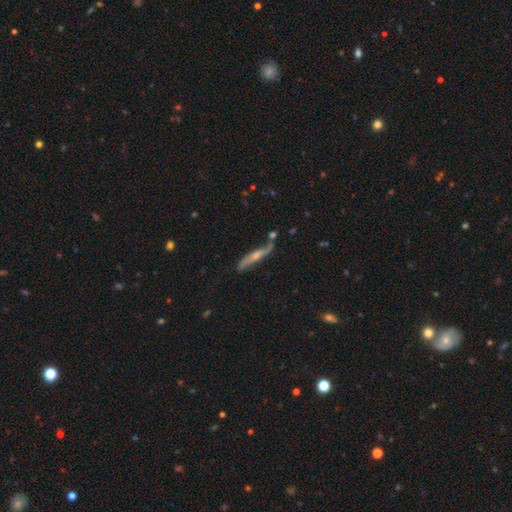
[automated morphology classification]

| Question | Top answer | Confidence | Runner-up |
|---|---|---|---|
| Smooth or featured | featured or disk | 66% | smooth (28%) |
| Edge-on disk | yes | 72% | no (28%) |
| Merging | none | 64% | minor disturbance (23%) |